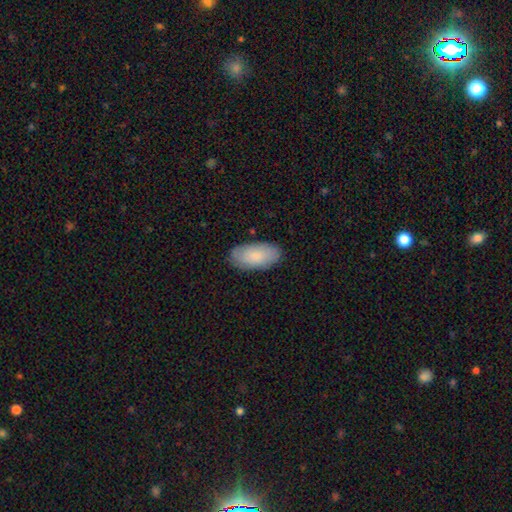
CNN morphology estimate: Smooth or featured?
  - smooth: 84% *
  - featured or disk: 10%
  - star or artifact: 6%
How rounded?
  - in between: 94% *
  - cigar-shaped: 4%
  - round: 2%
Merging?
  - none: 85% *
  - minor disturbance: 12%
  - major disturbance: 2%
  - merger: 1%